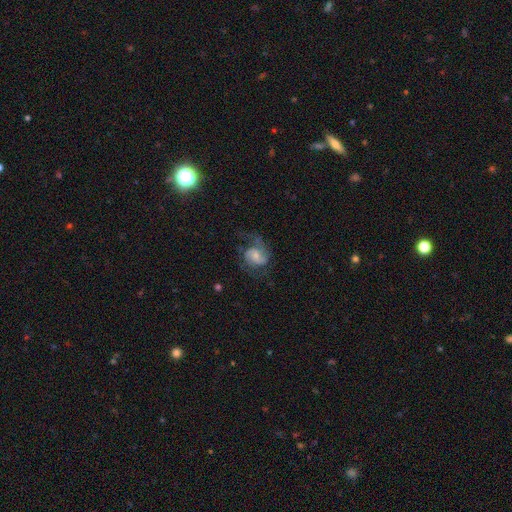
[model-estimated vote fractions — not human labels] featured or disk 72%, smooth 21%, star or artifact 7%. Down the decision tree: edge-on disk — no (98%); bar — no (50%); spiral arms — yes (92%); spiral arm count — 2 (73%); spiral winding — medium (48%); bulge size — small (43%); merging — none (51%).